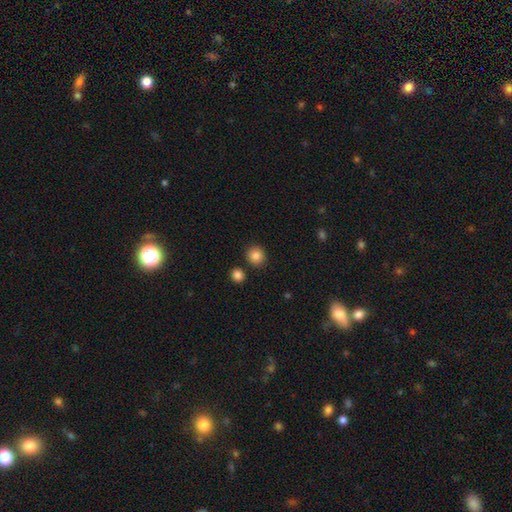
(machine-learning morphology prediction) This appears to be a smooth galaxy with no disk features (85%) that is round (86%). Merging: none (85%).